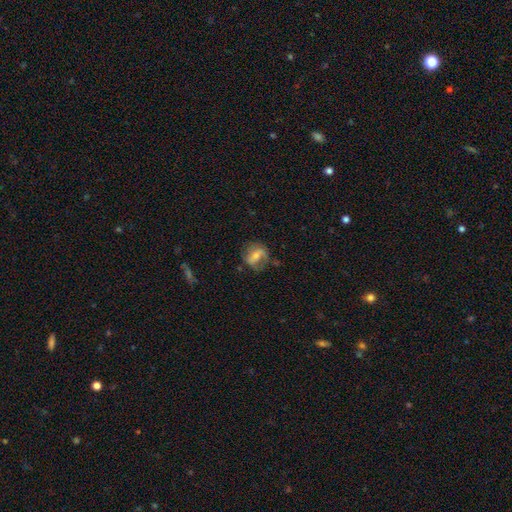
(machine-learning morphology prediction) Smooth or featured? Predicted: featured or disk (p=0.49). Merging? Predicted: none (p=0.54).